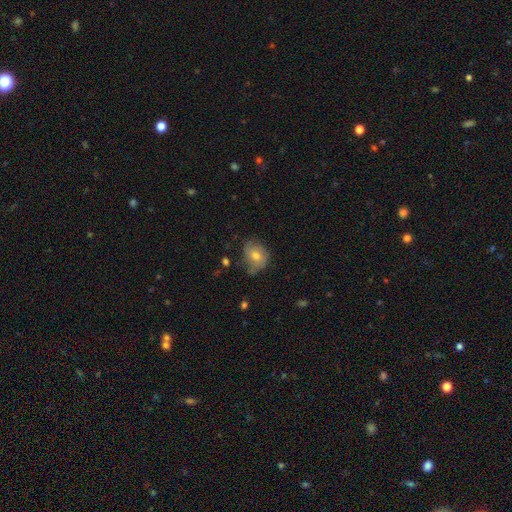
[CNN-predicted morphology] The model was most divided on "how rounded": round: 52%, in between: 46%, cigar-shaped: 1%. More confident: merging — none (61%); smooth or featured — smooth (55%).